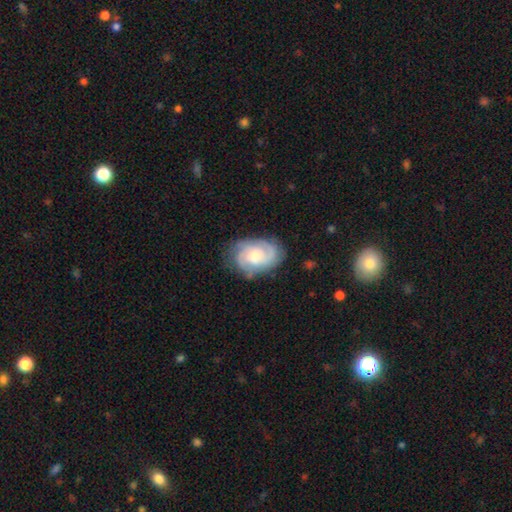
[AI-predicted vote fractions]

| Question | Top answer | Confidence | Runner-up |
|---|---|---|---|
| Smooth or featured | featured or disk | 76% | smooth (18%) |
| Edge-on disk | no | 97% | yes (3%) |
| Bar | no | 68% | weak (28%) |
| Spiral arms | yes | 94% | no (6%) |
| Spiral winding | tight | 53% | medium (37%) |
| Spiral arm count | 2 | 30% | tied: 3 (30%) |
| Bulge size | moderate | 58% | small (21%) |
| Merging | none | 72% | minor disturbance (20%) |